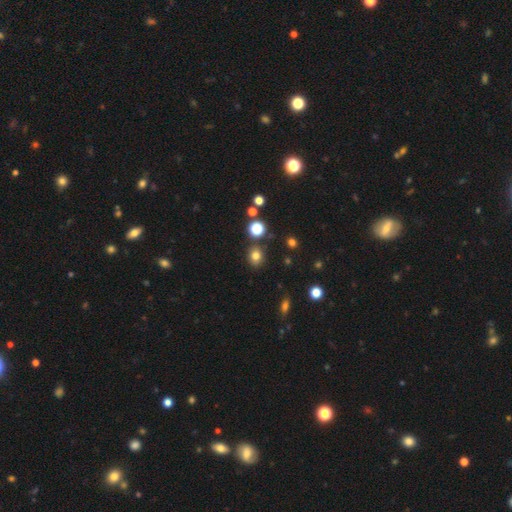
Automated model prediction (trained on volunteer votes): smooth_or_featured: smooth (p=0.78) [alt: star or artifact p=0.15]
how_rounded: round (p=0.70) [alt: in between p=0.29]
merging: none (p=0.84) [alt: minor disturbance p=0.09]